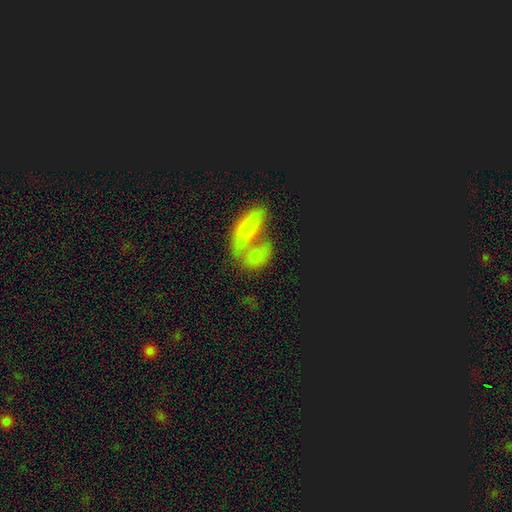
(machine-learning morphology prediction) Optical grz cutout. It shows a smooth galaxy with no disk features (70%) that is in between round and cigar-shaped (76%). Merging: merger (54%).